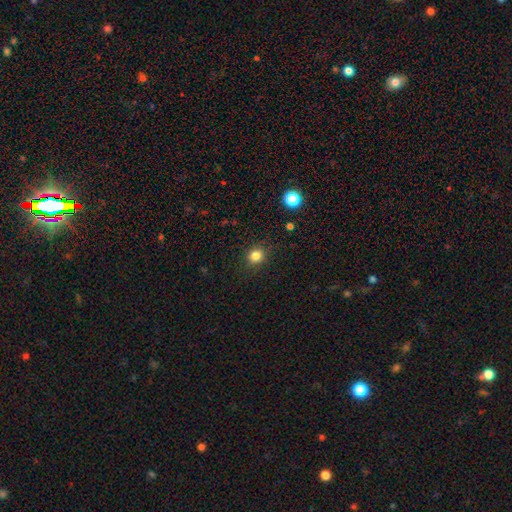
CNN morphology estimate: smooth_or_featured: smooth (p=0.83) [alt: star or artifact p=0.13]
how_rounded: round (p=0.79) [alt: in between p=0.20]
merging: none (p=0.88) [alt: minor disturbance p=0.08]